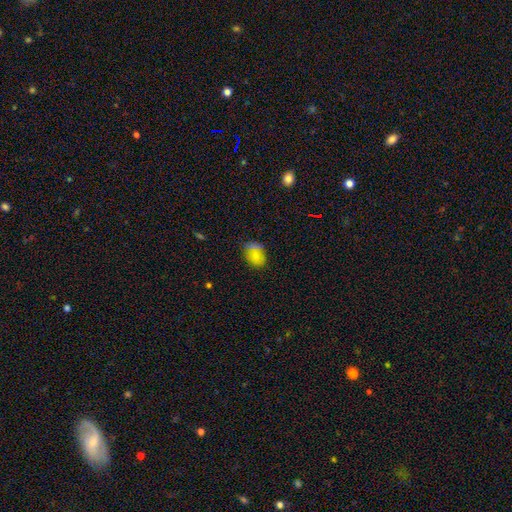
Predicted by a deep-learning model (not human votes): This is likely a smooth galaxy (70%). How rounded: possibly in between (57%). Merging: likely none (75%).